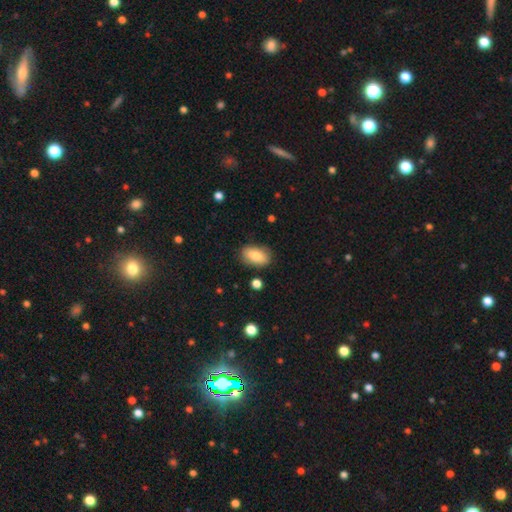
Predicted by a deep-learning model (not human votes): This appears to be a smooth galaxy with no disk features (81%) that is in between round and cigar-shaped (90%). Merging: none (83%).